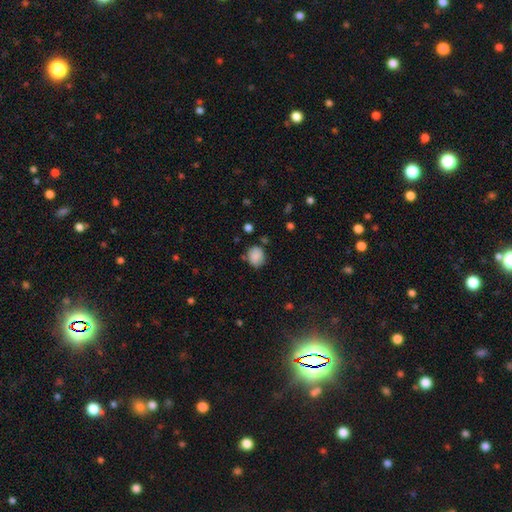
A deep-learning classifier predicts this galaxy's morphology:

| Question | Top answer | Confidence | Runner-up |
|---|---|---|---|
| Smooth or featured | smooth | 85% | star or artifact (9%) |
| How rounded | round | 64% | in between (35%) |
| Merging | none | 70% | minor disturbance (21%) |